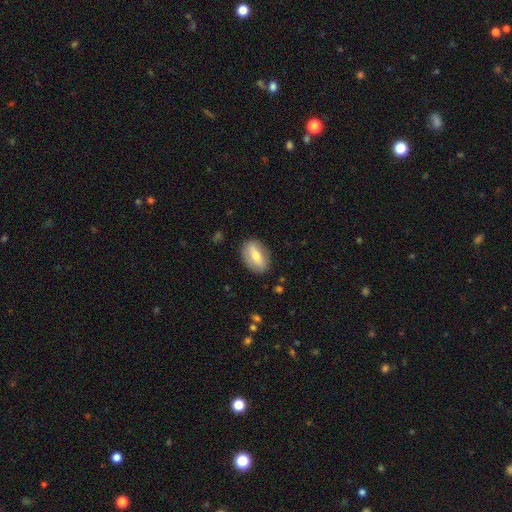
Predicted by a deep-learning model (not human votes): smooth_or_featured: smooth (p=0.57) [alt: featured or disk p=0.36]
how_rounded: in between (p=0.83) [alt: round p=0.12]
merging: none (p=0.84) [alt: minor disturbance p=0.11]